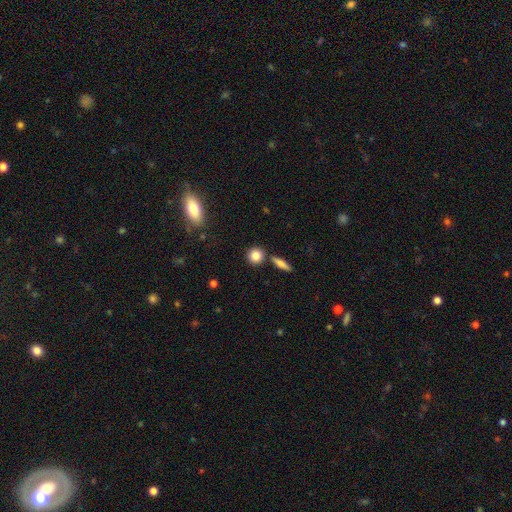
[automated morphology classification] The model was most divided on "merging": none: 79%, merger: 10%, minor disturbance: 9%, major disturbance: 3%. More confident: how rounded — round (85%); smooth or featured — smooth (84%).